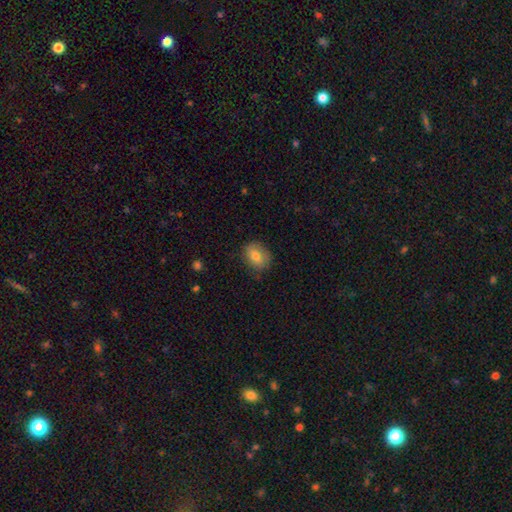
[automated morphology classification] Smooth or featured: smooth — 76% (featured or disk — 16%)
How rounded: in between — 62% (round — 37%)
Merging: none — 77% (minor disturbance — 18%)